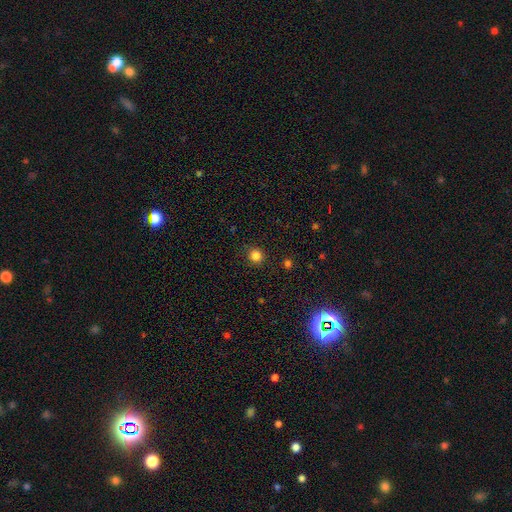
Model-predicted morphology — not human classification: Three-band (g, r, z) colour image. It shows a smooth galaxy with no disk features (83%) that is round (93%). Merging: none (89%).